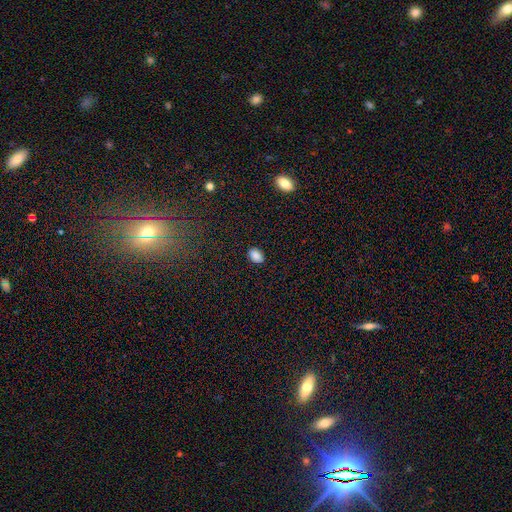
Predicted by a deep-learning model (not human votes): Overall: smooth (87%). How rounded: in between (86%). Merging: none (88%).